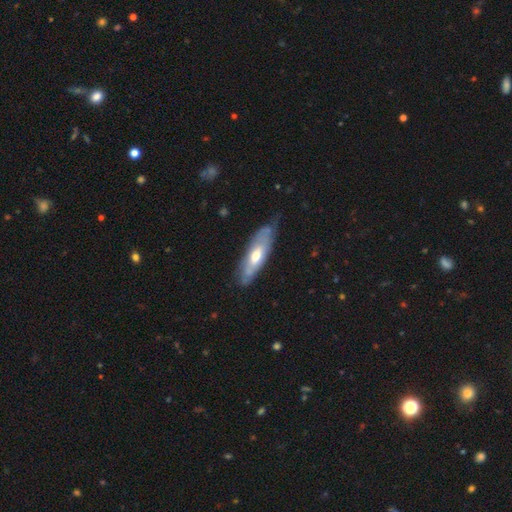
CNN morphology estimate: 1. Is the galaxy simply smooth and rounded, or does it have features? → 54% featured or disk, 40% smooth, 5% star or artifact.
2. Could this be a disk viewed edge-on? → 63% no, 37% yes.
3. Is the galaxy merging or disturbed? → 63% none, 27% minor disturbance, 8% major disturbance, 2% merger.